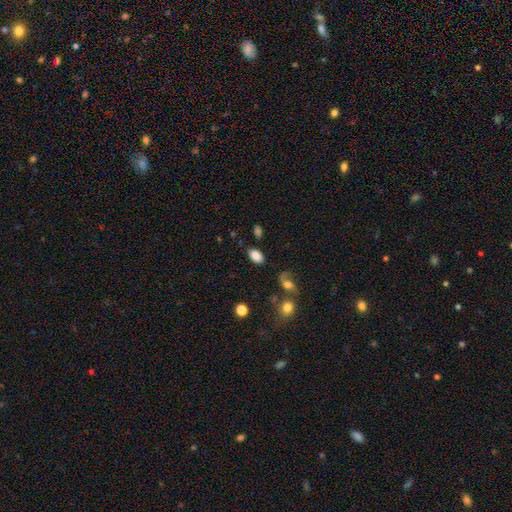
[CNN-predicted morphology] Smooth or featured?
  - smooth: 83% *
  - star or artifact: 9%
  - featured or disk: 8%
How rounded?
  - in between: 92% *
  - round: 6%
  - cigar-shaped: 2%
Merging?
  - none: 79% *
  - minor disturbance: 12%
  - major disturbance: 4%
  - merger: 4%